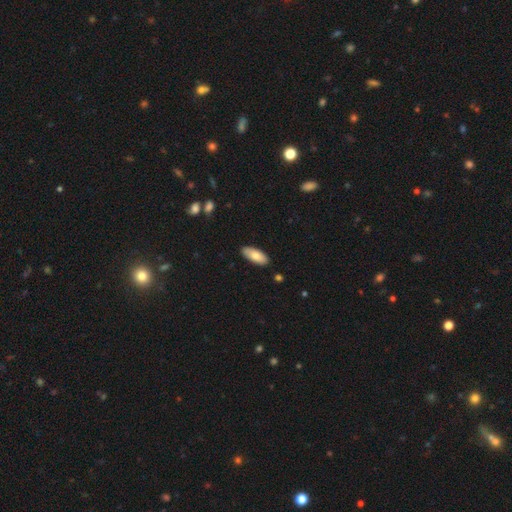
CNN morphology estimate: type=smooth (80%); roundness=in between (82%); merging=none (87%).